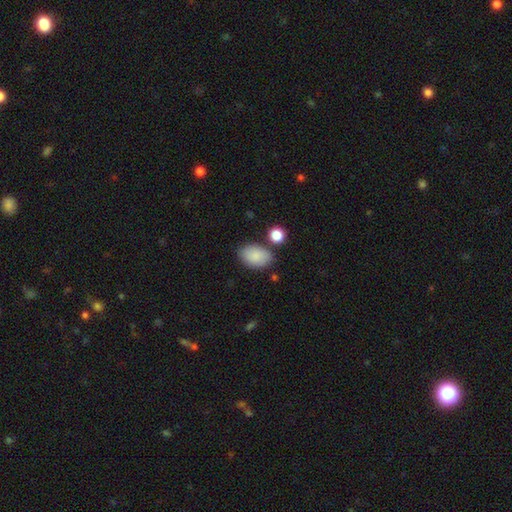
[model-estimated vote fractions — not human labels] Smooth or featured? smooth (87%)
How rounded? in between (89%)
Merging? none (74%)